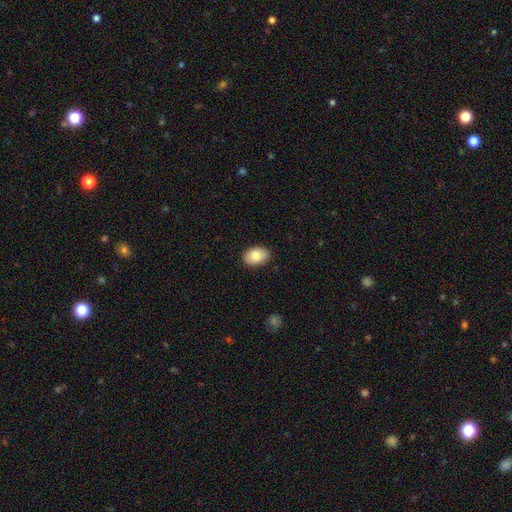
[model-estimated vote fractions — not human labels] Smooth or featured? smooth (85%)
How rounded? in between (85%)
Merging? none (89%)